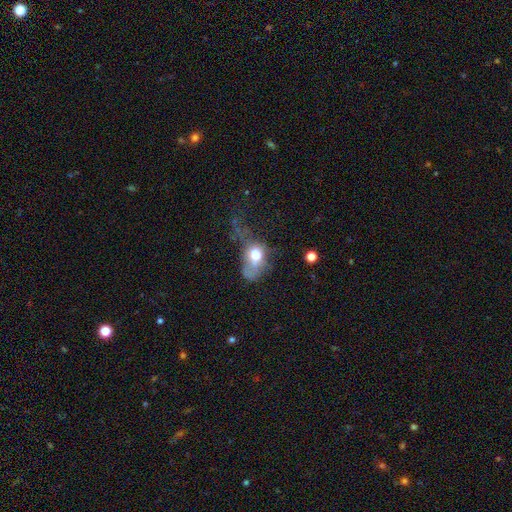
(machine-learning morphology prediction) A smooth galaxy with no disk features (62%) that is in between round and cigar-shaped (74%).

Vote fractions:
- Smooth or featured? smooth: 62% / featured or disk: 27% / star or artifact: 11%
- How rounded? in between: 74% / round: 24% / cigar-shaped: 2%
- Merging? major disturbance: 56% / minor disturbance: 20% / none: 16% / merger: 9%